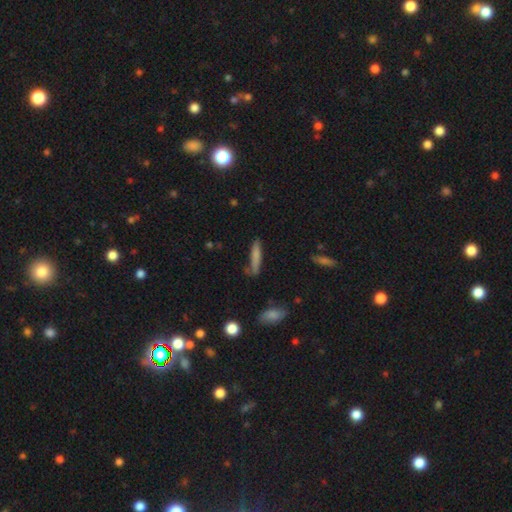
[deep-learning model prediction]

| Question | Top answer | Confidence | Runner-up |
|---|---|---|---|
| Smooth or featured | smooth | 67% | featured or disk (22%) |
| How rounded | cigar-shaped | 87% | in between (10%) |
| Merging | none | 69% | minor disturbance (21%) |